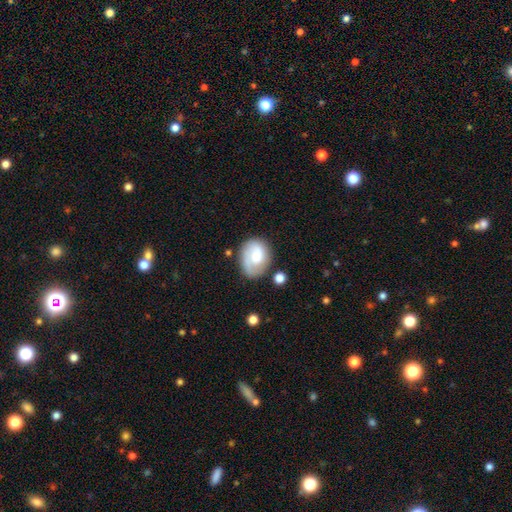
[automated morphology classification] This is possibly a smooth galaxy (53%). How rounded: possibly in between (56%). Merging: likely none (62%).